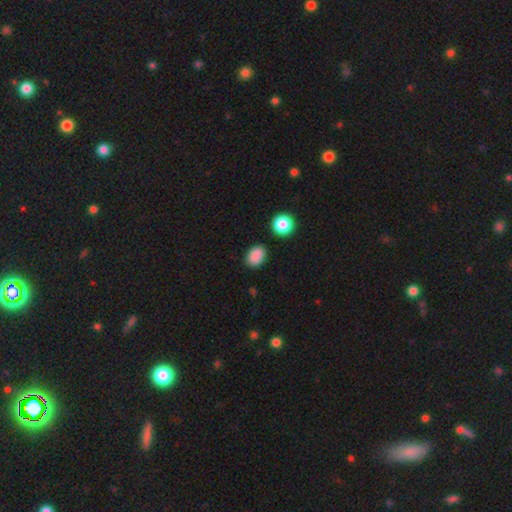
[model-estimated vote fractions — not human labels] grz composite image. It shows a smooth galaxy with no disk features (88%) that is in between round and cigar-shaped (74%). Merging: none (84%).